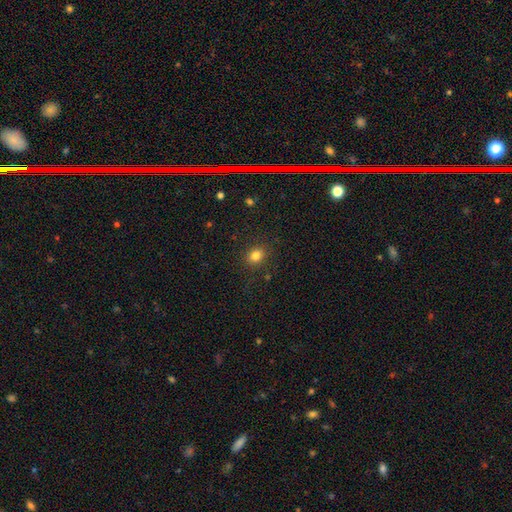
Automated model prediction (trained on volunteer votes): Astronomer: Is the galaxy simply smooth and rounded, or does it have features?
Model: smooth — 82%.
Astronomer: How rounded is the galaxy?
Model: round — 56% (runner-up: in between, 43%).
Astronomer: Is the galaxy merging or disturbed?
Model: none — 87%.